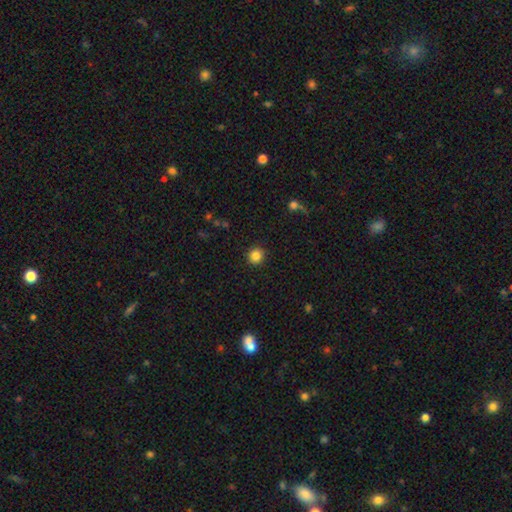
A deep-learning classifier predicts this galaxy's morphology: Smooth or featured?
  - smooth: 85% *
  - star or artifact: 11%
  - featured or disk: 4%
How rounded?
  - round: 91% *
  - in between: 8%
  - cigar-shaped: 1%
Merging?
  - none: 91% *
  - minor disturbance: 6%
  - major disturbance: 2%
  - merger: 1%